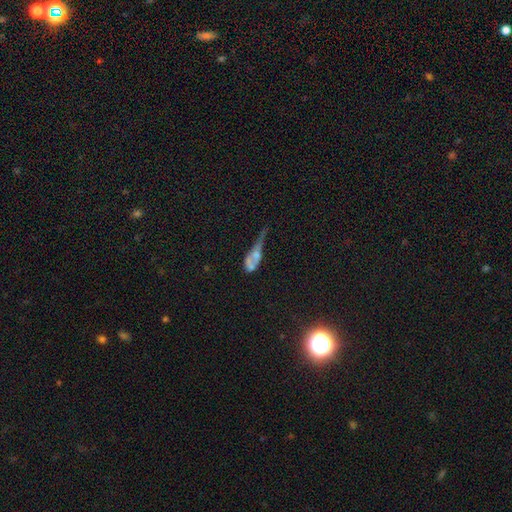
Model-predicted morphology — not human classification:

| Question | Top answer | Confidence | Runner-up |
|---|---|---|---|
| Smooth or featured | featured or disk | 43% | smooth (41%) |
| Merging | major disturbance | 43% | merger (22%) |